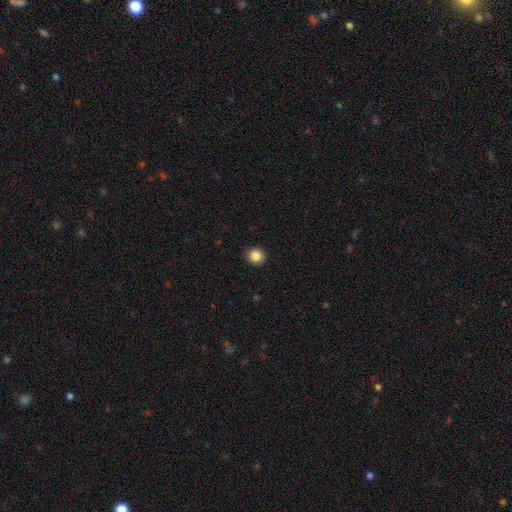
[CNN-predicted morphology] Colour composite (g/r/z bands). It shows a smooth galaxy with no disk features (86%) that is round (88%). Merging: none (92%).